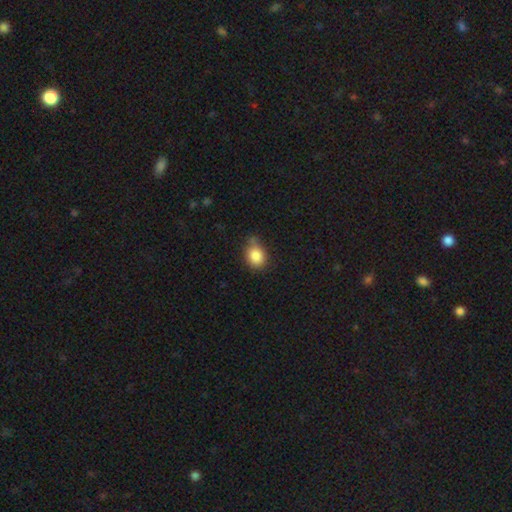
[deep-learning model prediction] Q: Smooth or featured?
A: smooth (85%); runner-up: star or artifact (9%)
Q: How rounded?
A: in between (56%); runner-up: round (43%)
Q: Merging?
A: none (56%); runner-up: minor disturbance (33%)